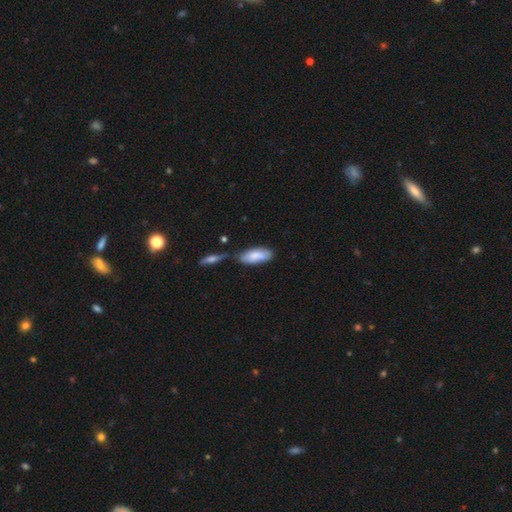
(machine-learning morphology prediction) Smooth or featured? smooth (79%)
How rounded? in between (82%)
Merging? none (49%)